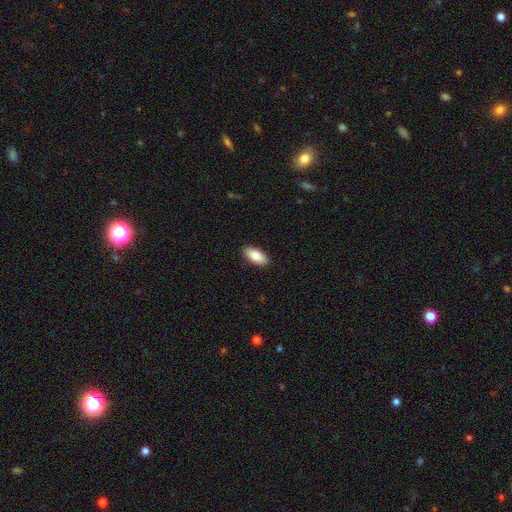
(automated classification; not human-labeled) This is clearly a smooth galaxy (83%). How rounded: clearly in between (91%). Merging: clearly none (90%).